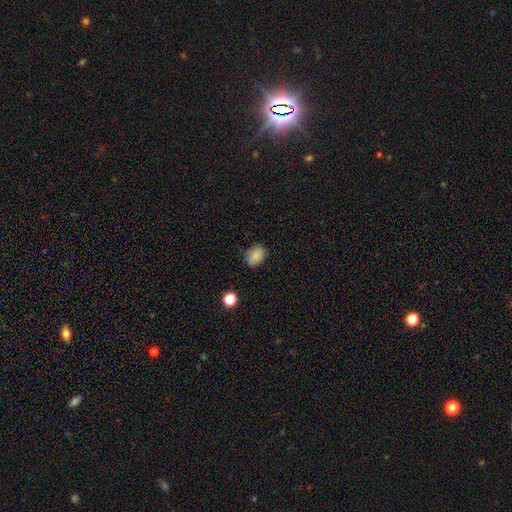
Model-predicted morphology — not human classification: smooth 85%, star or artifact 10%, featured or disk 5%. Down the decision tree: how rounded — in between (74%); merging — none (76%).